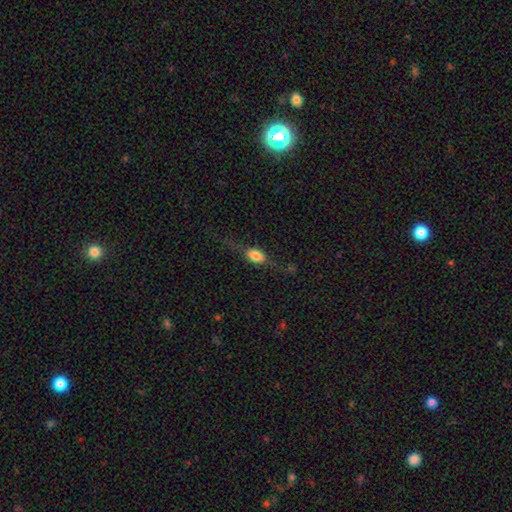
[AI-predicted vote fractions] Smooth or featured?
  - smooth: 49% *
  - featured or disk: 41%
  - star or artifact: 10%
Merging?
  - none: 63% *
  - minor disturbance: 20%
  - major disturbance: 15%
  - merger: 2%